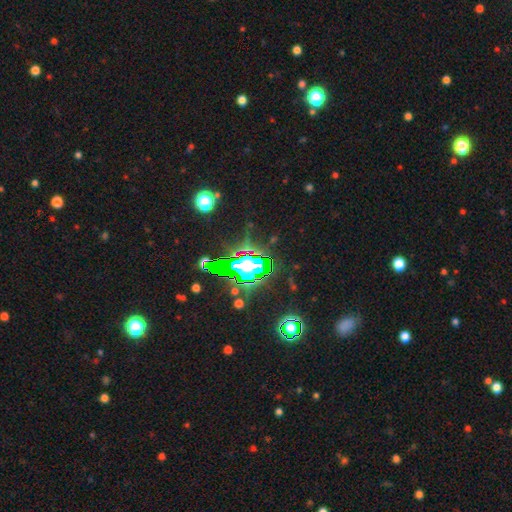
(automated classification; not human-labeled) This is clearly a star or artifact rather than a galaxy (82%).